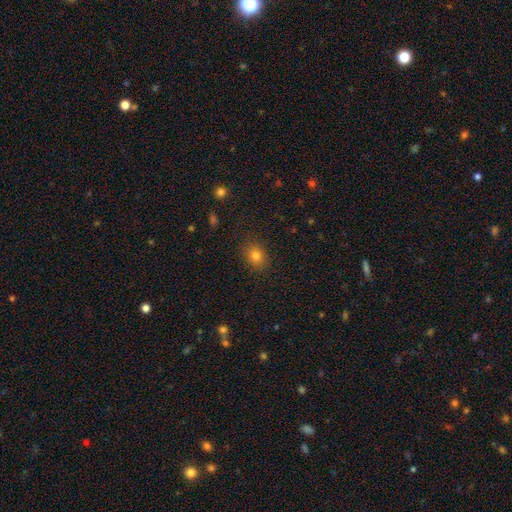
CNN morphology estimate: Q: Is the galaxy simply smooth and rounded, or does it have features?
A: smooth — 80%.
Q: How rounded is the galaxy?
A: round — 51%.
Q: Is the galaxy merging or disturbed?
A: none — 88%.